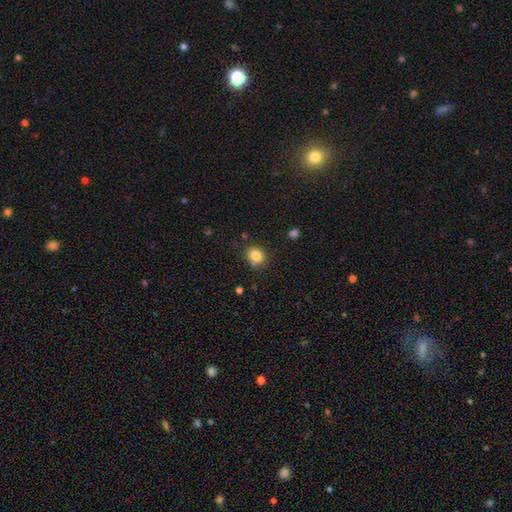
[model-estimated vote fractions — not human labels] smooth 83%, star or artifact 11%, featured or disk 7%. Down the decision tree: how rounded — round (72%); merging — none (75%).